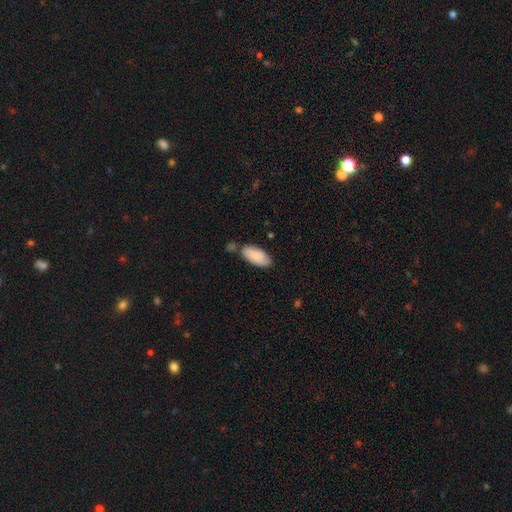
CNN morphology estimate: Overall: smooth (87%). How rounded: in between (85%). Merging: none (66%).